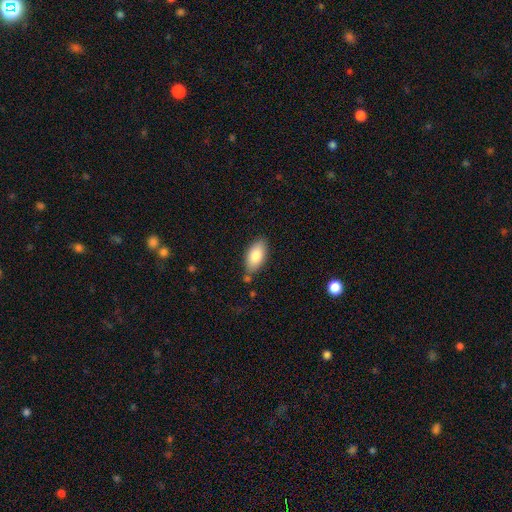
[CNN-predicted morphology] Smooth or featured?
  - smooth: 82% *
  - featured or disk: 11%
  - star or artifact: 7%
How rounded?
  - in between: 93% *
  - cigar-shaped: 4%
  - round: 3%
Merging?
  - none: 77% *
  - minor disturbance: 15%
  - merger: 5%
  - major disturbance: 3%